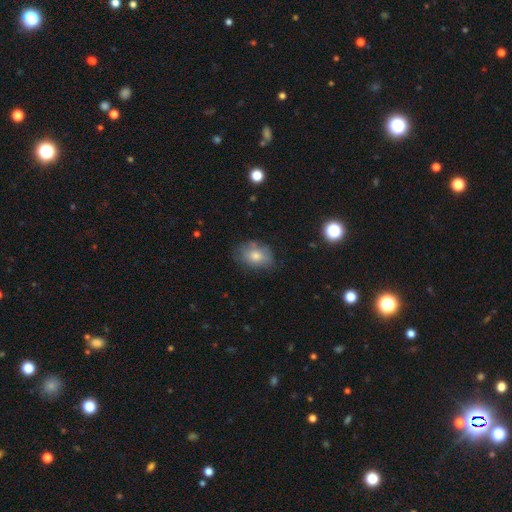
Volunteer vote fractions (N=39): Smooth or featured? smooth (85%)
How rounded? in between (70%)
Merging? none (89%)